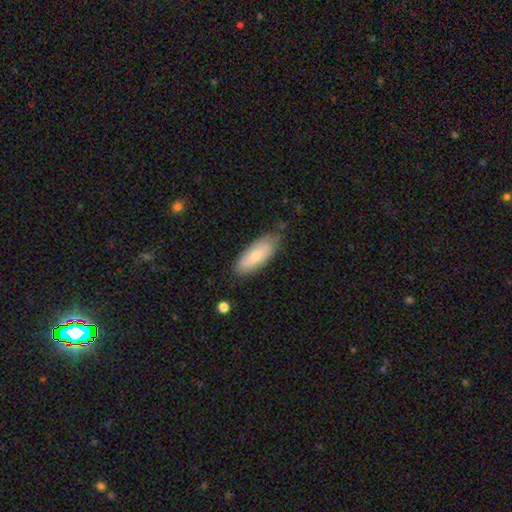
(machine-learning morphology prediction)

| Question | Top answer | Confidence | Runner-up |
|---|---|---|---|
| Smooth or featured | smooth | 73% | featured or disk (22%) |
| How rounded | in between | 76% | cigar-shaped (23%) |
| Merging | none | 73% | minor disturbance (22%) |